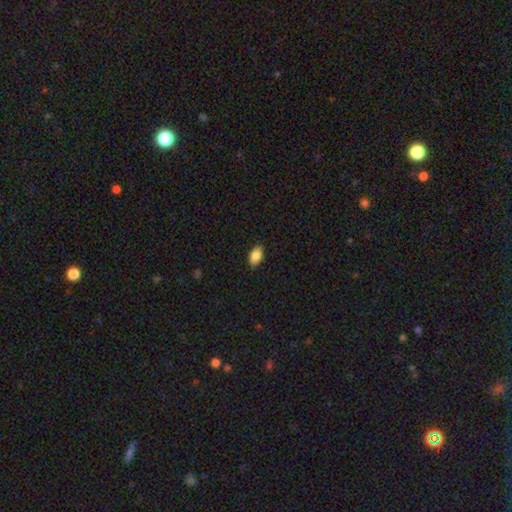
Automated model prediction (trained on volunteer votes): Smooth or featured? Predicted: smooth (p=0.88). How rounded? Predicted: in between (p=0.92). Merging? Predicted: none (p=0.88).